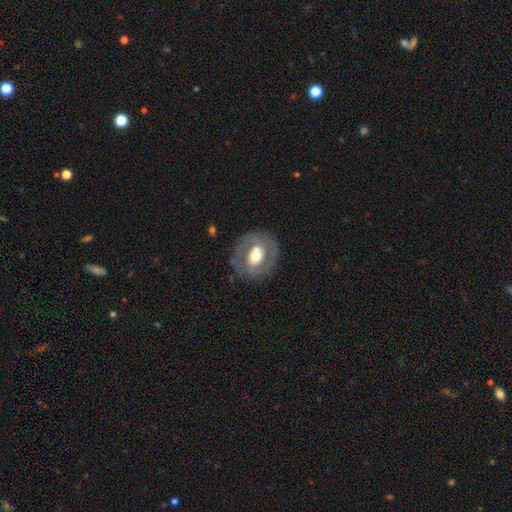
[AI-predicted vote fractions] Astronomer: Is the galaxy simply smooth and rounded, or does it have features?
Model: featured or disk — 55% (runner-up: smooth, 38%).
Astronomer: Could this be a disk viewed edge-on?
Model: no — 95%.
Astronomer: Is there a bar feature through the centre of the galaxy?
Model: no — 67%.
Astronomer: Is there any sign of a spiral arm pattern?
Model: no — 73%.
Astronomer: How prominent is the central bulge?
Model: moderate — 64%.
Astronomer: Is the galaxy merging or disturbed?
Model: none — 70%.